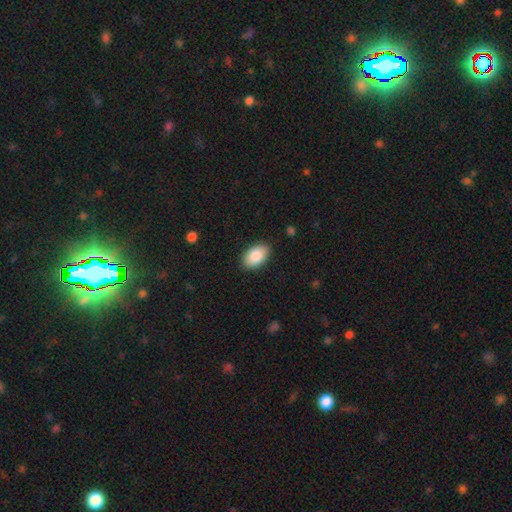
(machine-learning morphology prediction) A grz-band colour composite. It shows a smooth galaxy with no disk features (86%) that is in between round and cigar-shaped (92%). Merging: none (88%).